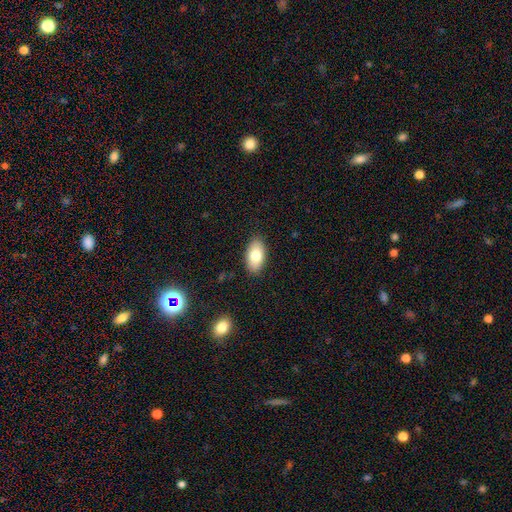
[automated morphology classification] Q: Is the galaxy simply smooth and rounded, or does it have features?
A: smooth — 78%.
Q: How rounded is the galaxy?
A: in between — 94%.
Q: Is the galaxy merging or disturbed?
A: none — 88%.